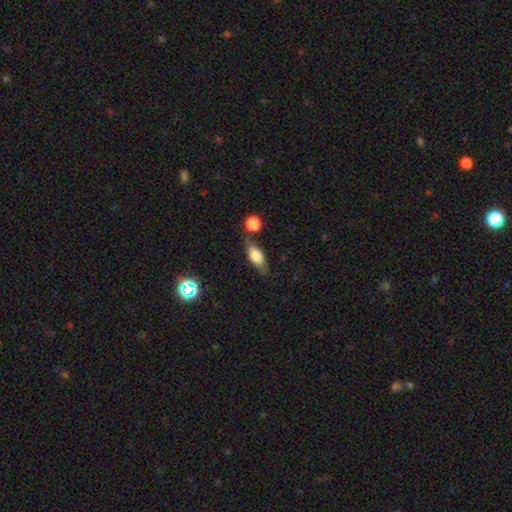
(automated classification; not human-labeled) smooth-or-featured: smooth: 63% | featured or disk: 29% | star or artifact: 8%
  how-rounded: in between: 74% | cigar-shaped: 20% | round: 6%
  merging: none: 65% | minor disturbance: 18% | merger: 11% | major disturbance: 6%